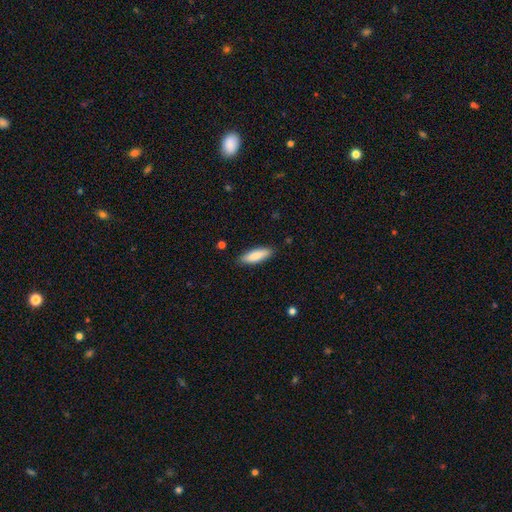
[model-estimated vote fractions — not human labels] Smooth or featured: smooth — 85% (featured or disk — 9%)
How rounded: in between — 55% (cigar-shaped — 43%)
Merging: none — 87% (minor disturbance — 10%)